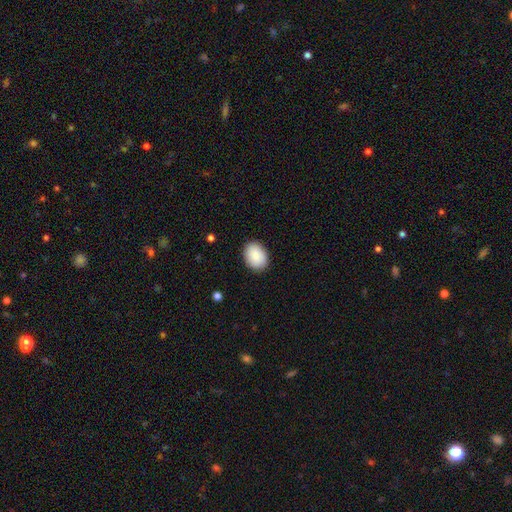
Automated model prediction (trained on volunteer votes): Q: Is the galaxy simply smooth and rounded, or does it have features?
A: smooth — 86%.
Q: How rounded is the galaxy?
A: in between — 68%.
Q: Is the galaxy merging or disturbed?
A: none — 88%.